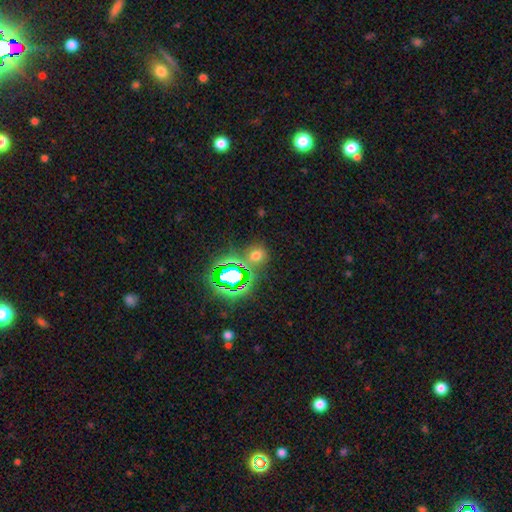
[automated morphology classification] Smooth or featured: smooth — 52% (star or artifact — 40%)
How rounded: round — 67% (in between — 31%)
Merging: none — 76% (minor disturbance — 11%)